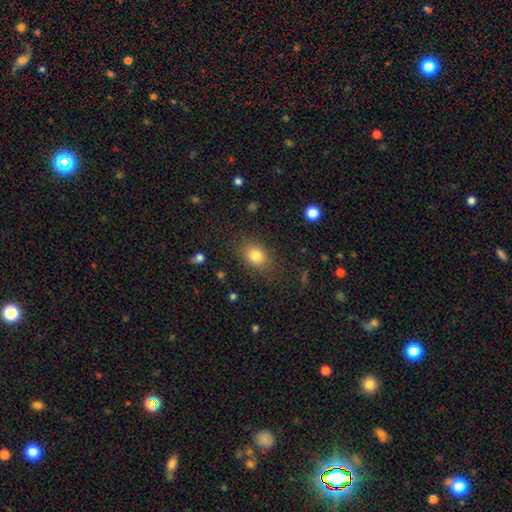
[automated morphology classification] The model was most divided on "how rounded": in between: 61%, round: 37%, cigar-shaped: 1%. More confident: merging — none (81%); smooth or featured — smooth (81%).